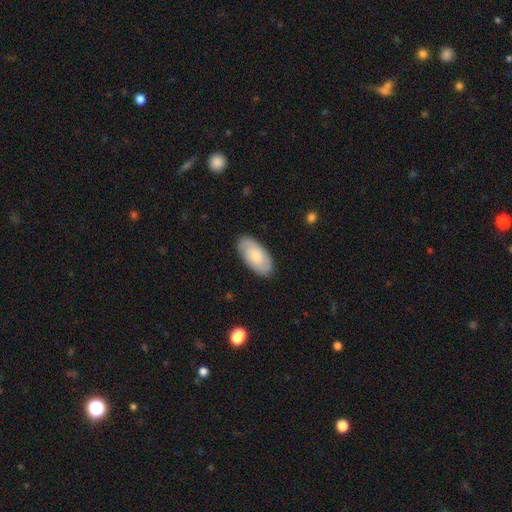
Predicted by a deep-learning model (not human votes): Smooth or featured: featured or disk — 49% (smooth — 45%)
Merging: none — 85% (minor disturbance — 12%)